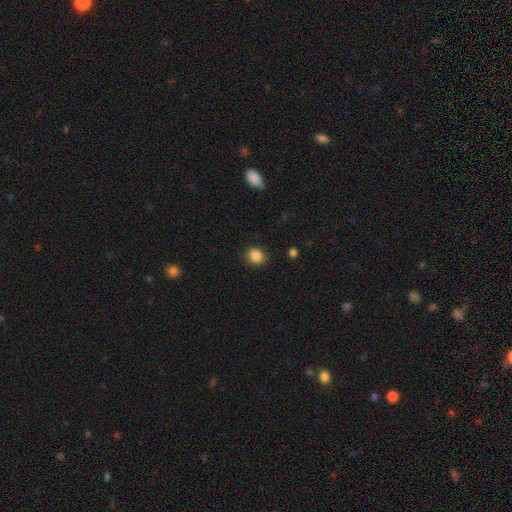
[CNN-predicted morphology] Q: Smooth or featured?
A: smooth (86%); runner-up: star or artifact (10%)
Q: How rounded?
A: round (68%); runner-up: in between (31%)
Q: Merging?
A: none (87%); runner-up: minor disturbance (9%)